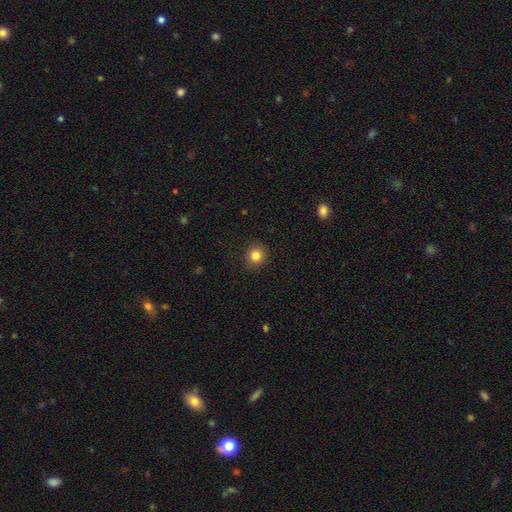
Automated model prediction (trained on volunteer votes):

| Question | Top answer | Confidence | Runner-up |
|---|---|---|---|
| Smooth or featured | smooth | 83% | star or artifact (11%) |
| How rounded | round | 90% | in between (9%) |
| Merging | none | 89% | minor disturbance (8%) |